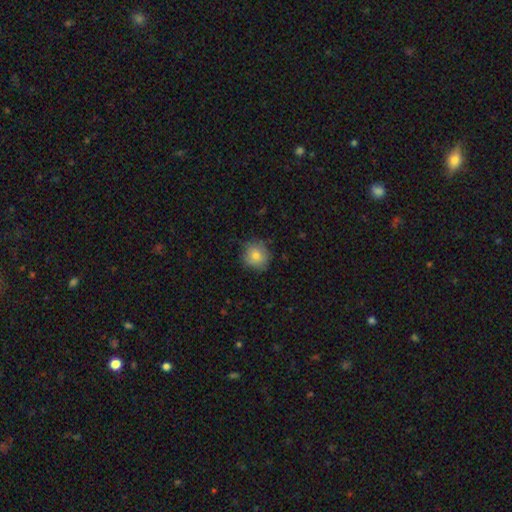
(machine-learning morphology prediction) smooth 79%, featured or disk 11%, star or artifact 10%. Down the decision tree: how rounded — round (87%); merging — none (77%).